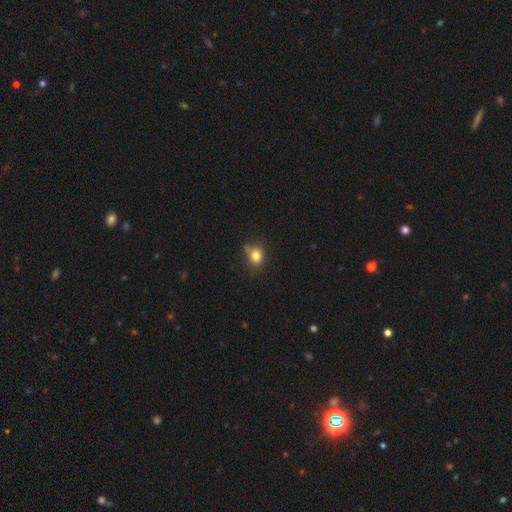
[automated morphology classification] type=smooth (80%); roundness=round (56%); merging=none (62%).